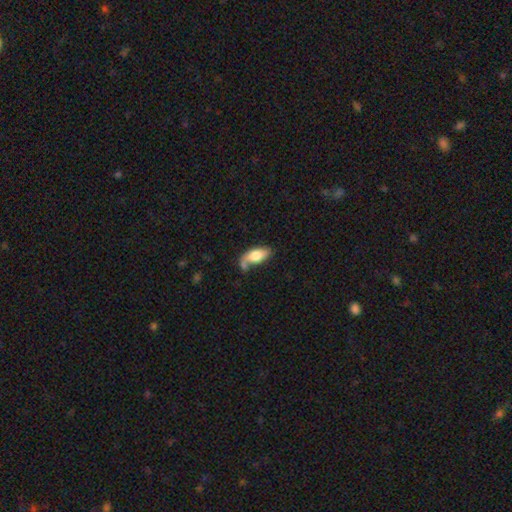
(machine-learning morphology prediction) smooth 75%, featured or disk 19%, star or artifact 6%. Down the decision tree: how rounded — in between (88%); merging — none (47%).